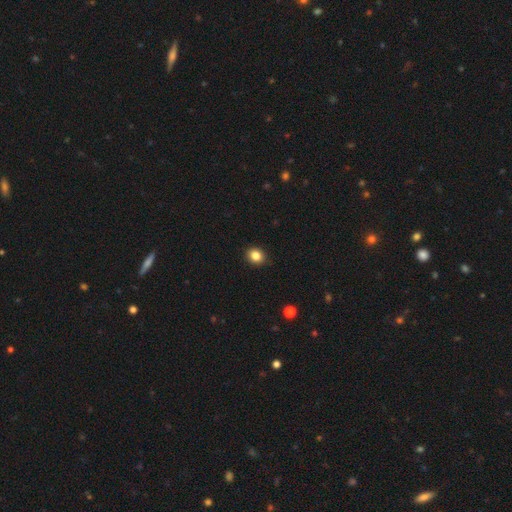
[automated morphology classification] This appears to be a smooth galaxy with no disk features (85%) that is round (66%). Merging: none (90%).